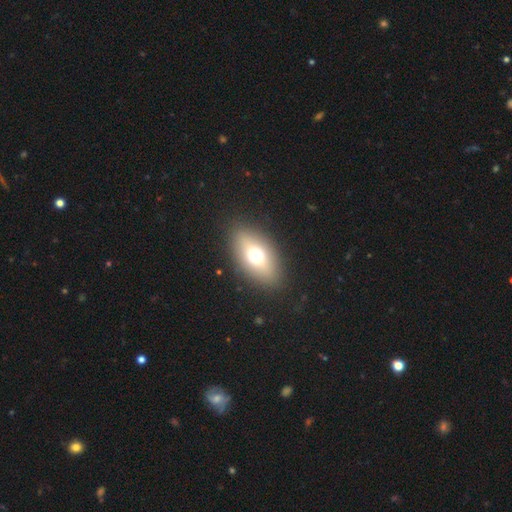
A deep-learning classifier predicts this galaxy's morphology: A smooth galaxy with no disk features (65%) that is in between round and cigar-shaped (81%). Merging: none (87%).